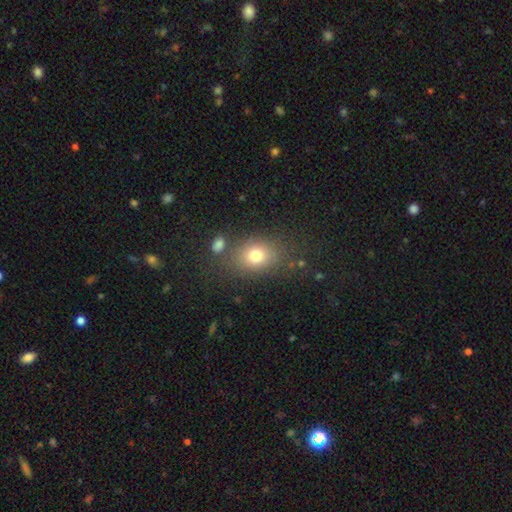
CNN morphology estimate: Smooth or featured: smooth — 77% (star or artifact — 12%)
How rounded: in between — 59% (round — 40%)
Merging: none — 75% (minor disturbance — 13%)